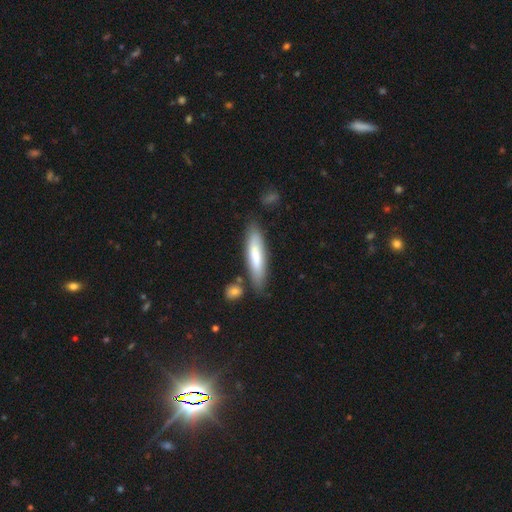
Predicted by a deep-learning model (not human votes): Q: Smooth or featured?
A: smooth (71%); runner-up: featured or disk (23%)
Q: How rounded?
A: cigar-shaped (77%); runner-up: in between (21%)
Q: Merging?
A: none (78%); runner-up: minor disturbance (14%)